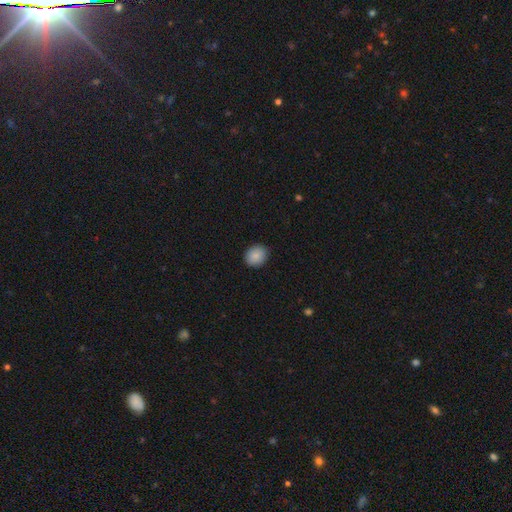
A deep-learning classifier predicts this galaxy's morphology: Smooth or featured? Predicted: smooth (p=0.88). How rounded? Predicted: round (p=0.62). Merging? Predicted: none (p=0.89).